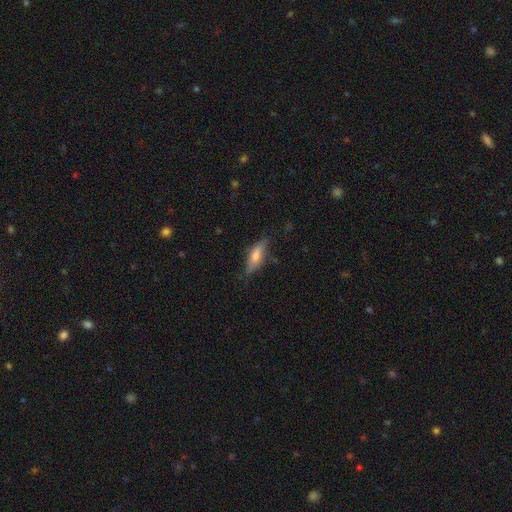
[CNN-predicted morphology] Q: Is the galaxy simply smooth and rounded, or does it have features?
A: smooth — 60%.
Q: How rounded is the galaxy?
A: in between — 50%.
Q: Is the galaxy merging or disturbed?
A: none — 72%.